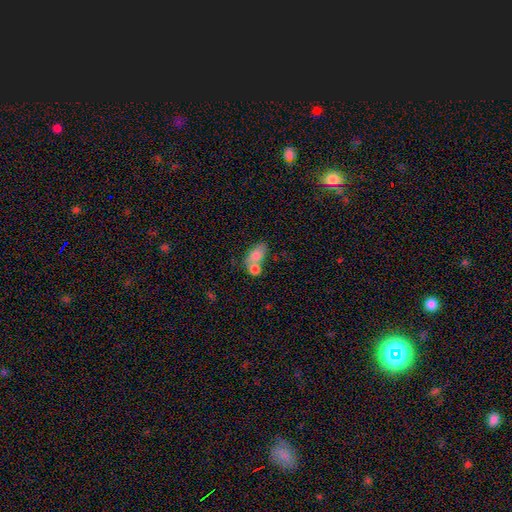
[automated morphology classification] Smooth or featured? Predicted: smooth (p=0.77). How rounded? Predicted: in between (p=0.83). Merging? Predicted: merger (p=0.50).